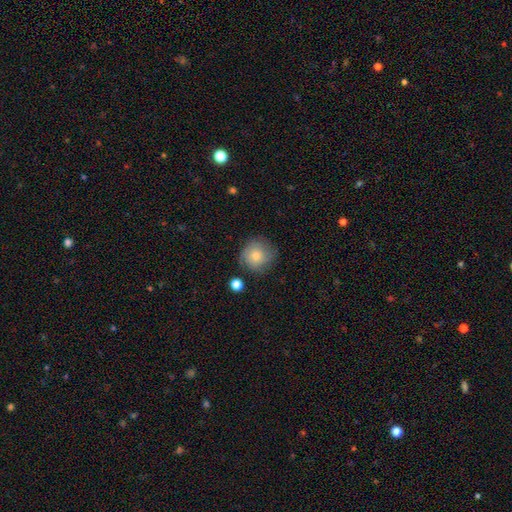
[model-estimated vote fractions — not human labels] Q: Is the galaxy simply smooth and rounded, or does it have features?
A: smooth — 68%.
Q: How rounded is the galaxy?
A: round — 93%.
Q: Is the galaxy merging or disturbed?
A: none — 79%.